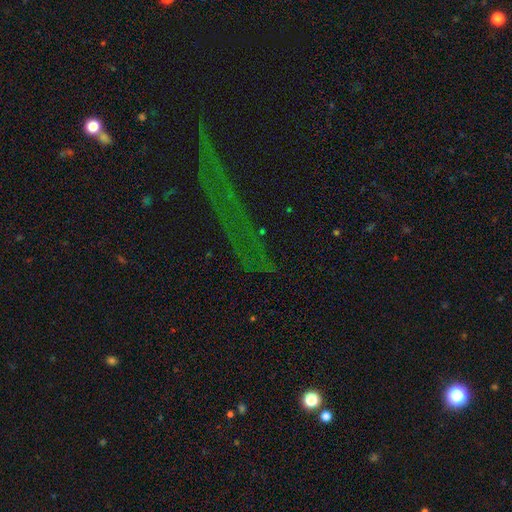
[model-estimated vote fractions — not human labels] A star or artifact, not a galaxy (74%).

Vote fractions:
- Smooth or featured? star or artifact: 74% / smooth: 14% / featured or disk: 12%